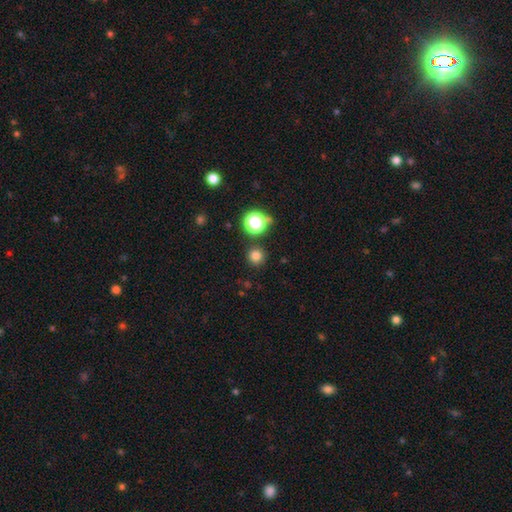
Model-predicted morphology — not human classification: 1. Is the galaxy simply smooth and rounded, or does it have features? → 78% smooth, 17% star or artifact, 5% featured or disk.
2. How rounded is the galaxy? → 95% round, 4% in between, 1% cigar-shaped.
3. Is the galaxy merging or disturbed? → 88% none, 6% minor disturbance, 3% merger, 2% major disturbance.